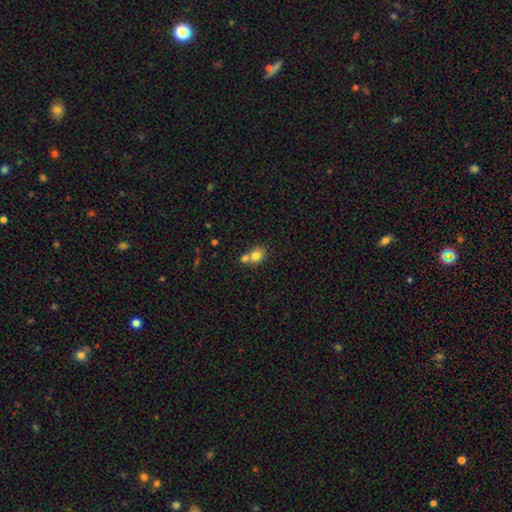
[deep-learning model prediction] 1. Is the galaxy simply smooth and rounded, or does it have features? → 79% smooth, 11% featured or disk, 10% star or artifact.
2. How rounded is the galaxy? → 63% round, 36% in between, 1% cigar-shaped.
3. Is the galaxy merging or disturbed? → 50% merger, 39% none, 8% minor disturbance, 3% major disturbance.